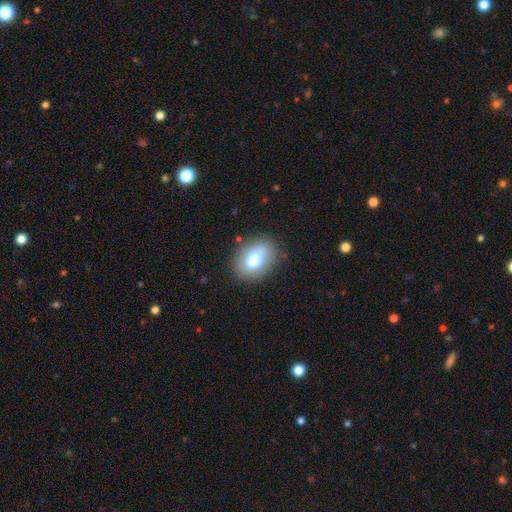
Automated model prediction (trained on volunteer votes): Smooth or featured: smooth — 71% (featured or disk — 19%)
How rounded: in between — 74% (round — 23%)
Merging: none — 79% (minor disturbance — 14%)